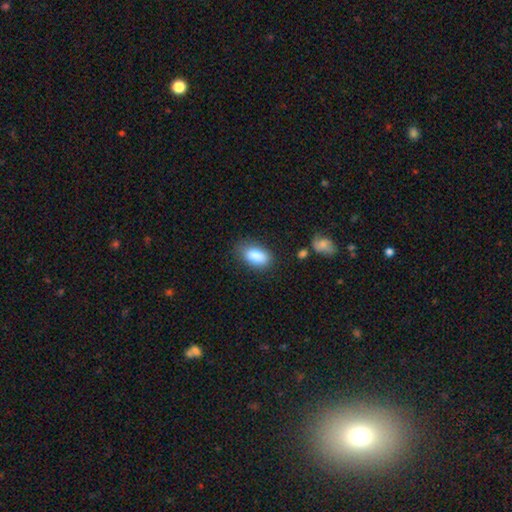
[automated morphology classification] type=smooth (87%); roundness=in between (91%); merging=none (71%).